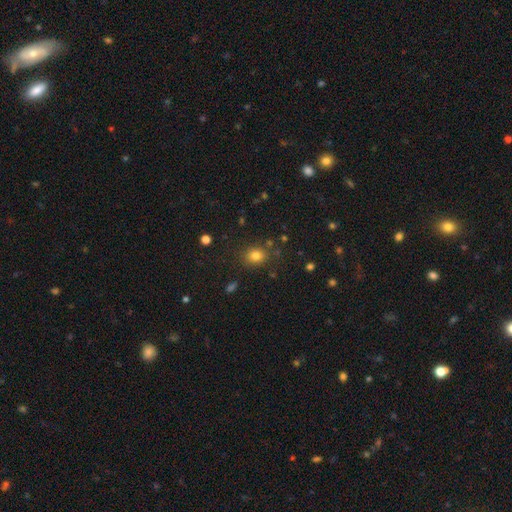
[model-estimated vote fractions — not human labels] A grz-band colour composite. It shows a smooth galaxy with no disk features (80%) that is round (65%). Merging: none (81%).